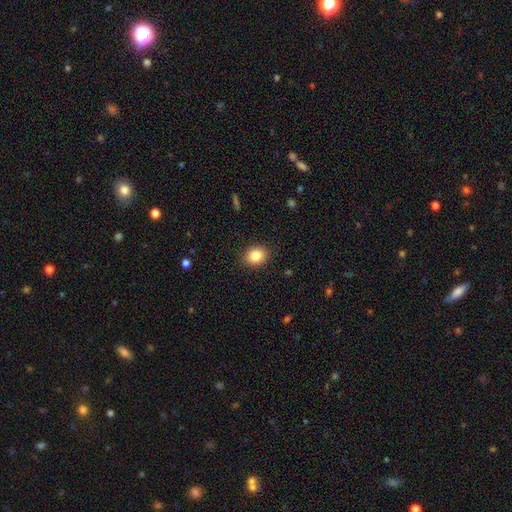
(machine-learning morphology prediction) A smooth galaxy with no disk features (83%) that is round (58%). Merging: none (89%).